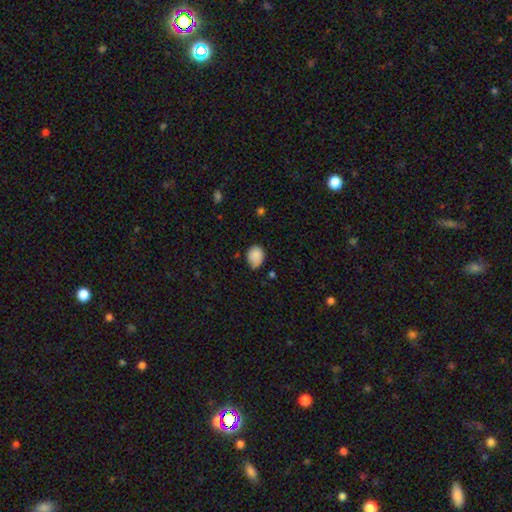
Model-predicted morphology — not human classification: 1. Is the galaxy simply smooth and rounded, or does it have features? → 86% smooth, 8% star or artifact, 6% featured or disk.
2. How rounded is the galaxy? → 59% in between, 40% round, 1% cigar-shaped.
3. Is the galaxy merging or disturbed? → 56% none, 36% minor disturbance, 6% major disturbance, 2% merger.